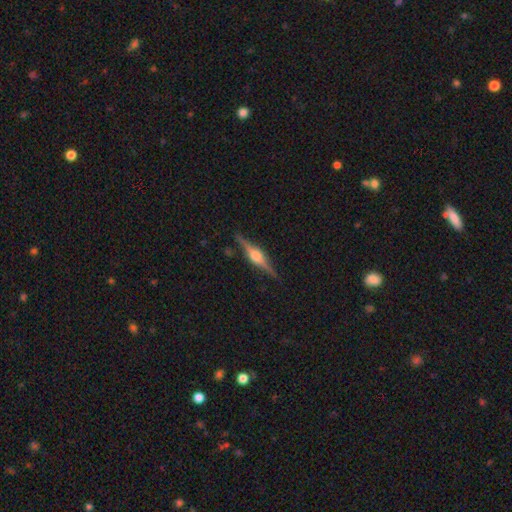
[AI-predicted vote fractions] Morphology: type=featured or disk (82%); edge-on=yes (98%); edge-on bulge=rounded (90%); merging=none (89%).